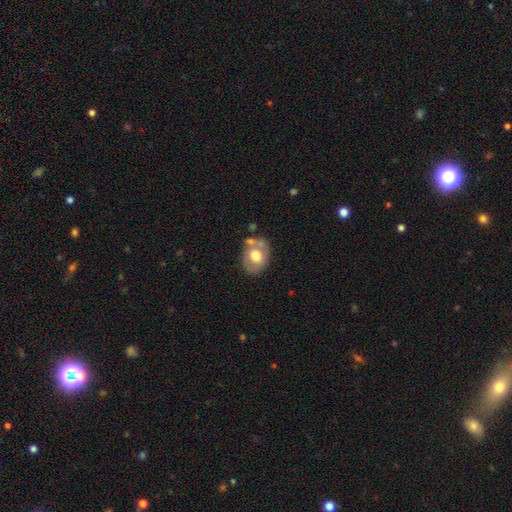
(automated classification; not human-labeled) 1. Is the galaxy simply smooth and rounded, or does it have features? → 56% smooth, 36% featured or disk, 7% star or artifact.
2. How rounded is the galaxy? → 61% in between, 38% round, 1% cigar-shaped.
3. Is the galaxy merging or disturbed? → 54% none, 20% minor disturbance, 19% merger, 7% major disturbance.